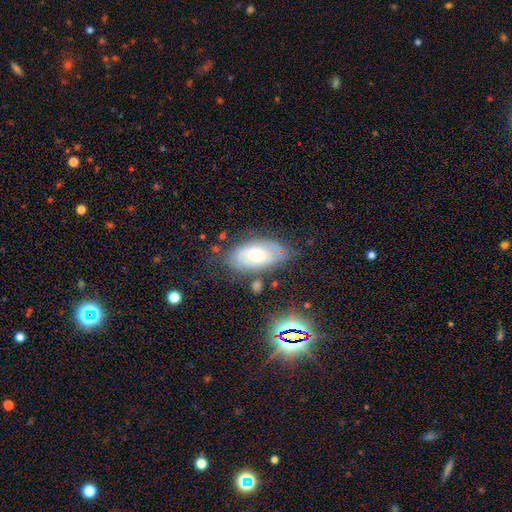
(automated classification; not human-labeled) Smooth or featured? Predicted: featured or disk (p=0.48). Merging? Predicted: none (p=0.68).